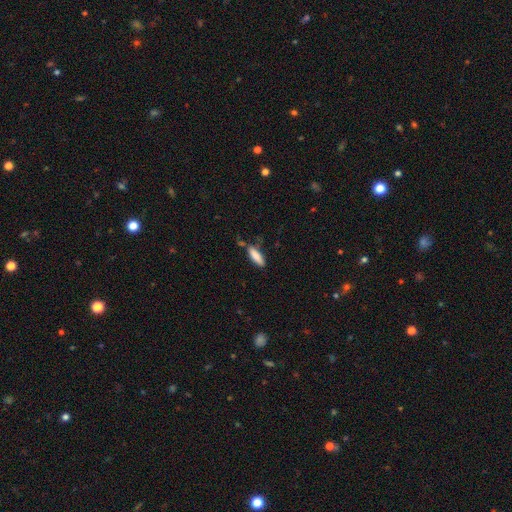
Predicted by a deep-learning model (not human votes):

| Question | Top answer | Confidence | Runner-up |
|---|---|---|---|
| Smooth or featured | smooth | 84% | featured or disk (9%) |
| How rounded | in between | 52% | cigar-shaped (46%) |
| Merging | none | 65% | minor disturbance (23%) |